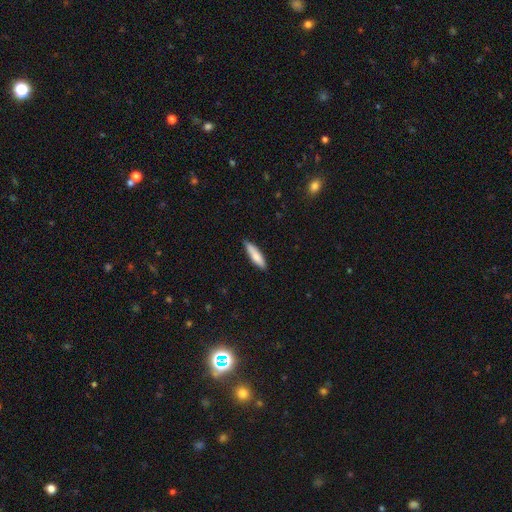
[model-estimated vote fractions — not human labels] Smooth or featured? Predicted: smooth (p=0.80). How rounded? Predicted: cigar-shaped (p=0.75). Merging? Predicted: none (p=0.86).